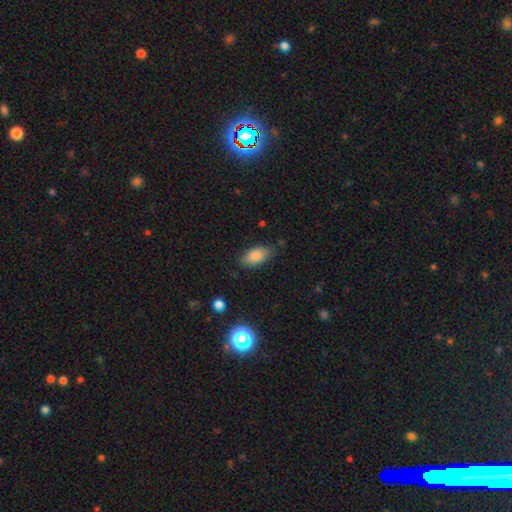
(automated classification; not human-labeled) The model was most divided on "merging": none: 78%, minor disturbance: 17%, major disturbance: 4%, merger: 1%. More confident: how rounded — in between (92%); smooth or featured — smooth (86%).